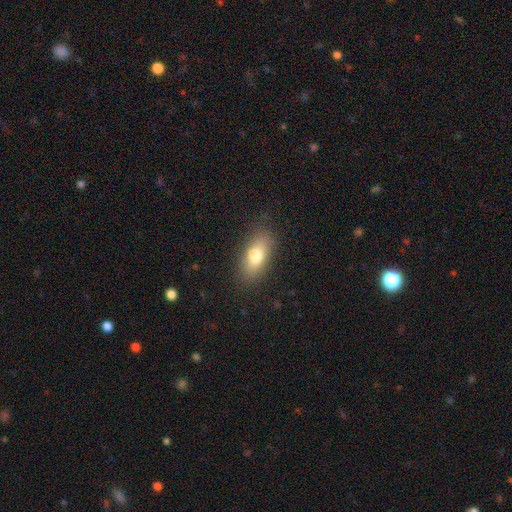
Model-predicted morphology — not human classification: smooth-or-featured: smooth: 73% | featured or disk: 17% | star or artifact: 10%
  how-rounded: in between: 83% | cigar-shaped: 11% | round: 7%
  merging: none: 78% | minor disturbance: 14% | major disturbance: 5% | merger: 3%